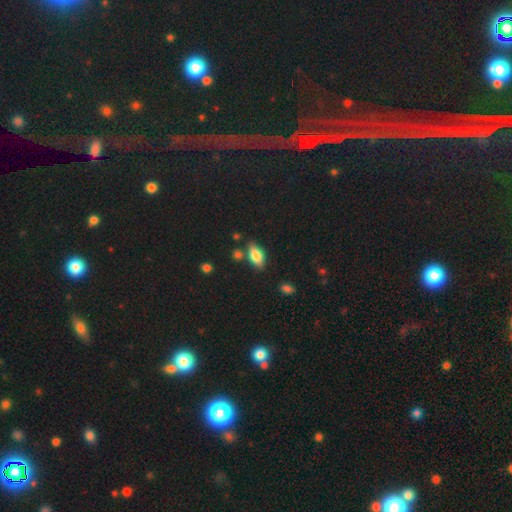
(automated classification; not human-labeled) Overall: smooth (78%). How rounded: in between (88%). Merging: none (76%).